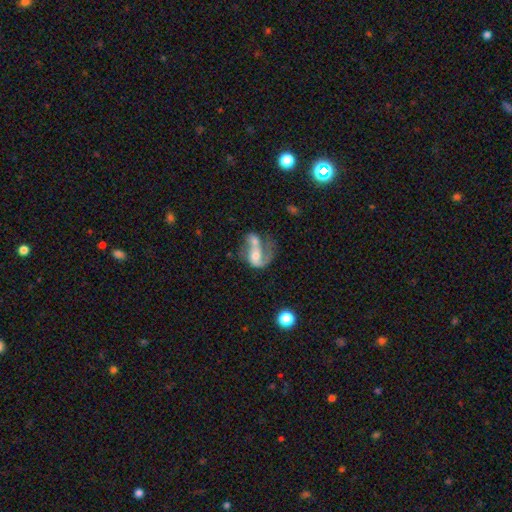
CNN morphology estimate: A featured or disk galaxy (64%) with no bar (57%), spiral arms (74%) and a moderate central bulge (48%). Merging: merger (54%).